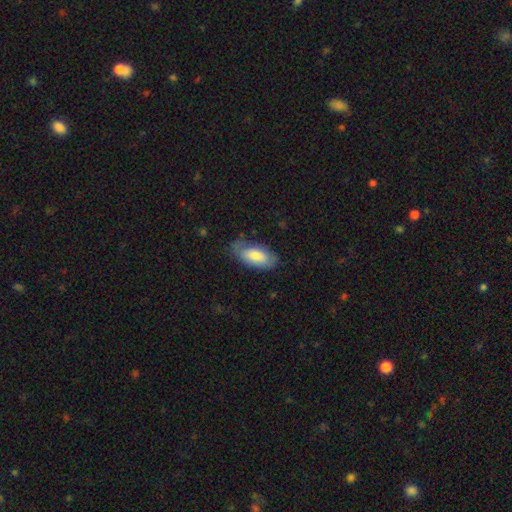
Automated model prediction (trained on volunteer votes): Smooth or featured? Predicted: smooth (p=0.76). How rounded? Predicted: in between (p=0.91). Merging? Predicted: none (p=0.63).